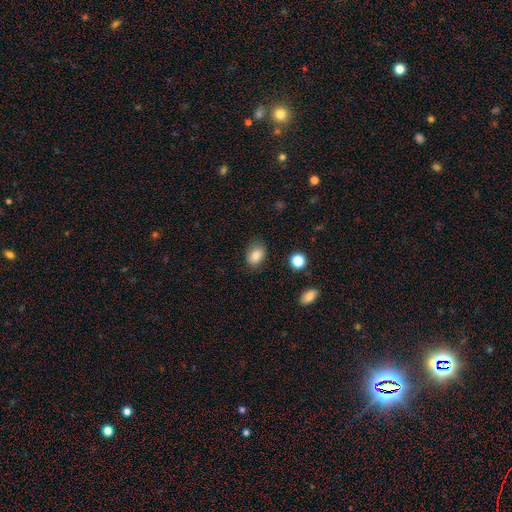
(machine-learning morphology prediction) A smooth galaxy with no disk features (83%) that is in between round and cigar-shaped (76%).

Vote fractions:
- Smooth or featured? smooth: 83% / star or artifact: 9% / featured or disk: 7%
- How rounded? in between: 76% / round: 23% / cigar-shaped: 1%
- Merging? none: 78% / minor disturbance: 16% / major disturbance: 4% / merger: 2%